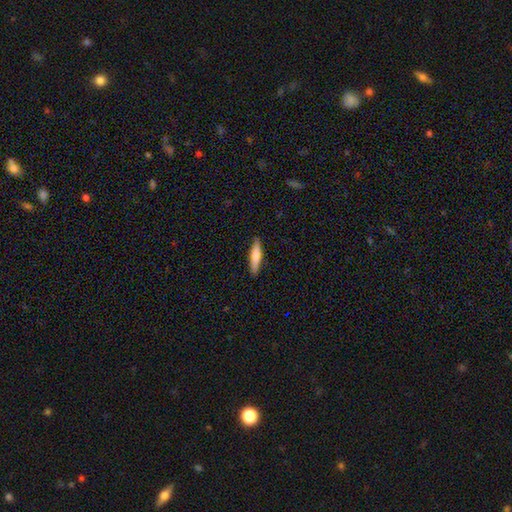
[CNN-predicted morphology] smooth_or_featured: smooth (p=0.67) [alt: featured or disk p=0.28]
how_rounded: cigar-shaped (p=0.81) [alt: in between p=0.17]
merging: none (p=0.89) [alt: minor disturbance p=0.09]